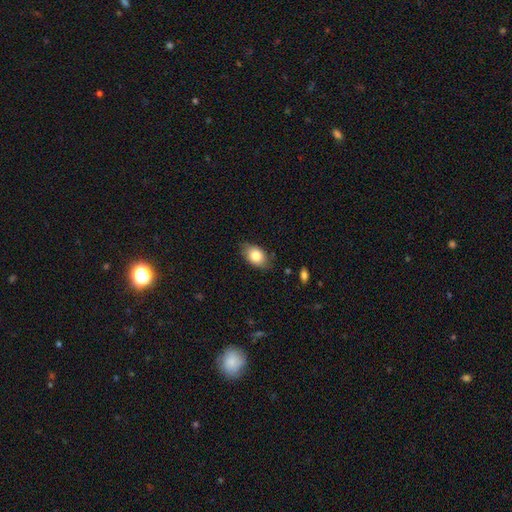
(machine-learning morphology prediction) This is clearly a smooth galaxy (81%). How rounded: clearly in between (87%). Merging: likely none (78%).